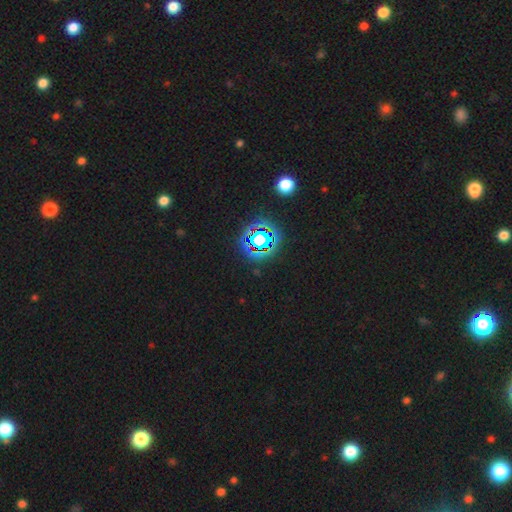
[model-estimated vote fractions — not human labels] A star or artifact, not a galaxy (78%).